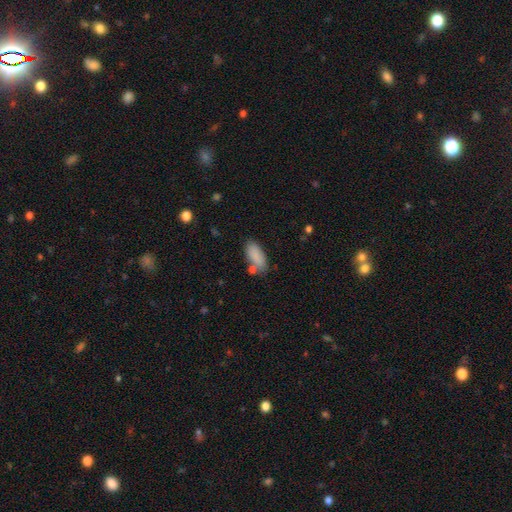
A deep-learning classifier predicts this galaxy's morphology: smooth-or-featured: smooth: 87% | star or artifact: 7% | featured or disk: 6%
  how-rounded: in between: 87% | cigar-shaped: 10% | round: 2%
  merging: none: 72% | minor disturbance: 15% | merger: 9% | major disturbance: 4%